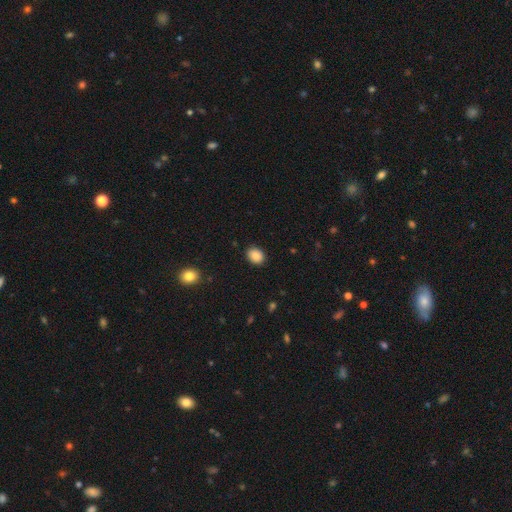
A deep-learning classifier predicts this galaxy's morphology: This is clearly a smooth galaxy (88%). How rounded: possibly in between (59%). Merging: clearly none (88%).